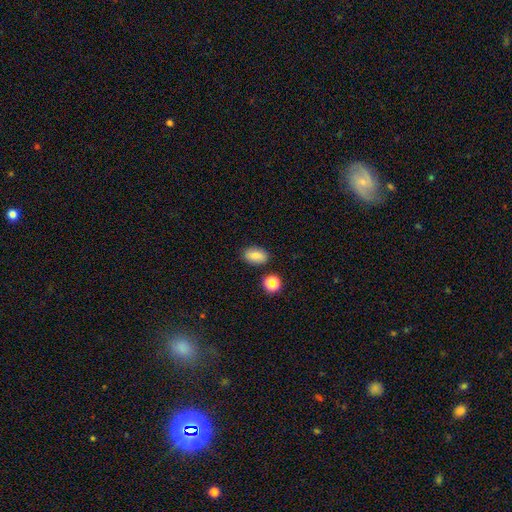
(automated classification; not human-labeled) This is clearly a smooth galaxy (84%). How rounded: clearly in between (88%). Merging: clearly none (84%).